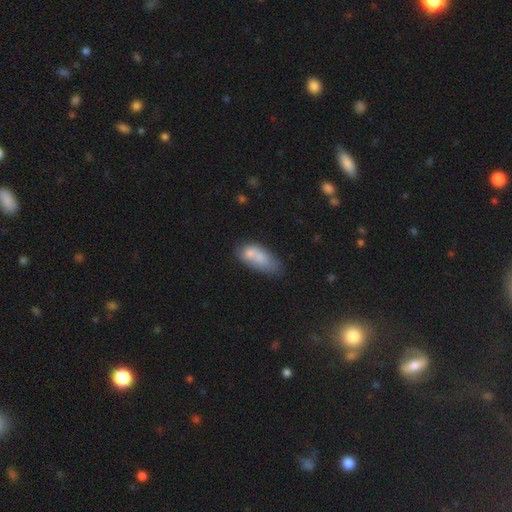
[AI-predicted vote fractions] This is likely a smooth galaxy (68%). How rounded: clearly in between (82%). Merging: marginally merger (39%).